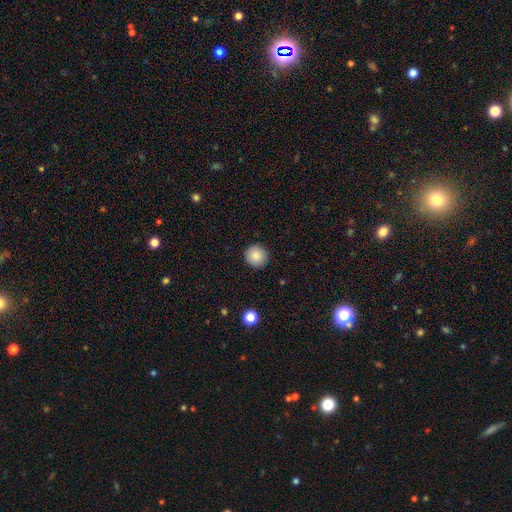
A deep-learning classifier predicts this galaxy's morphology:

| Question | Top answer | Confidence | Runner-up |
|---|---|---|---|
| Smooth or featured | smooth | 86% | star or artifact (9%) |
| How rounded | round | 95% | in between (4%) |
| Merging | none | 92% | minor disturbance (5%) |